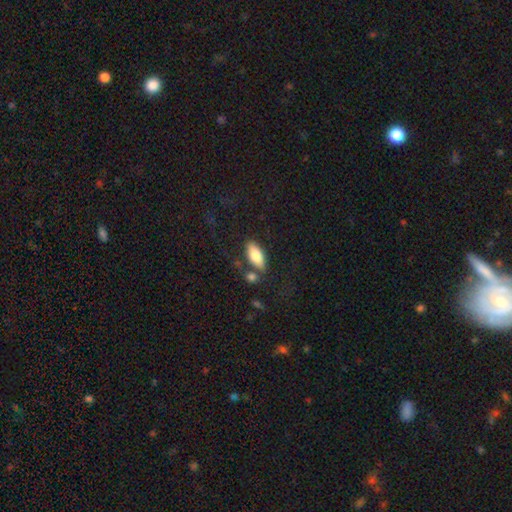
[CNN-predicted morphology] smooth_or_featured: smooth (p=0.80) [alt: featured or disk p=0.14]
how_rounded: in between (p=0.85) [alt: cigar-shaped p=0.13]
merging: none (p=0.72) [alt: minor disturbance p=0.13]